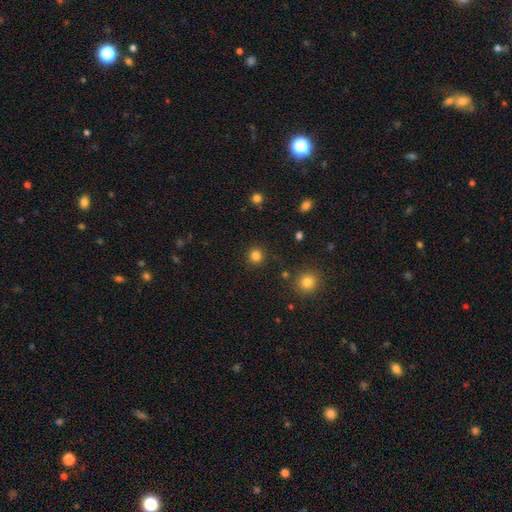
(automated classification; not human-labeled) Smooth or featured? Predicted: smooth (p=0.83). How rounded? Predicted: round (p=0.92). Merging? Predicted: none (p=0.90).